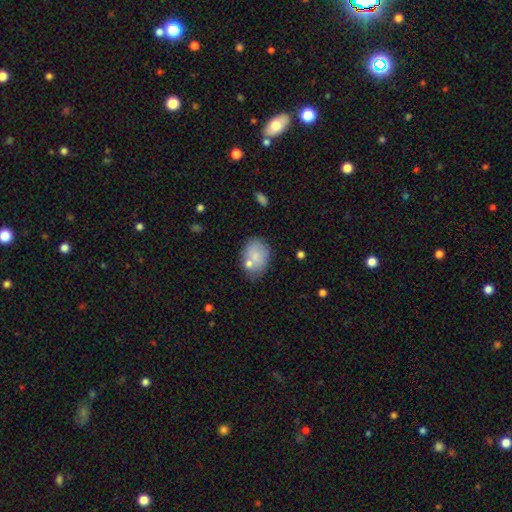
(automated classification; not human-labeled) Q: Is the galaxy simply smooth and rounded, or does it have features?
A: smooth — 73%.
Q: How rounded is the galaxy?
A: in between — 68%.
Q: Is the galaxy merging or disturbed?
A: none — 59%.